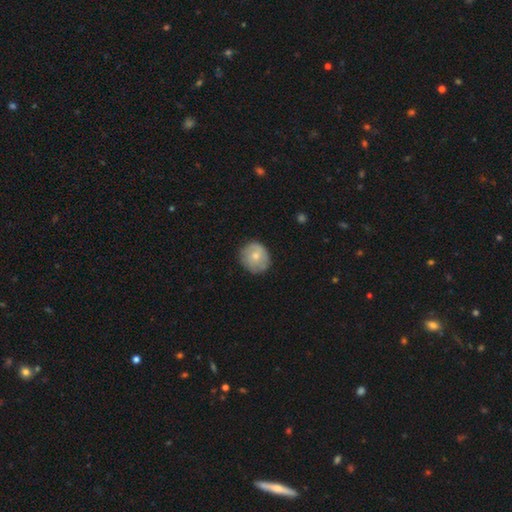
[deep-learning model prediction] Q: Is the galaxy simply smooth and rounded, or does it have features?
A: smooth — 62%.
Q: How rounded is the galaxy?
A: round — 86%.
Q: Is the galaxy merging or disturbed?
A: none — 78%.